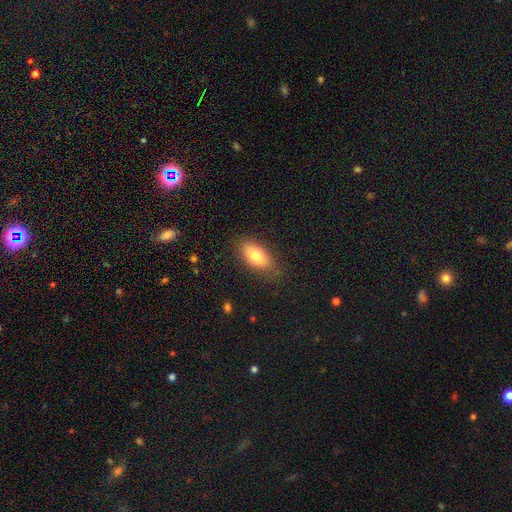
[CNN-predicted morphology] Smooth or featured? smooth (76%)
How rounded? in between (86%)
Merging? none (81%)